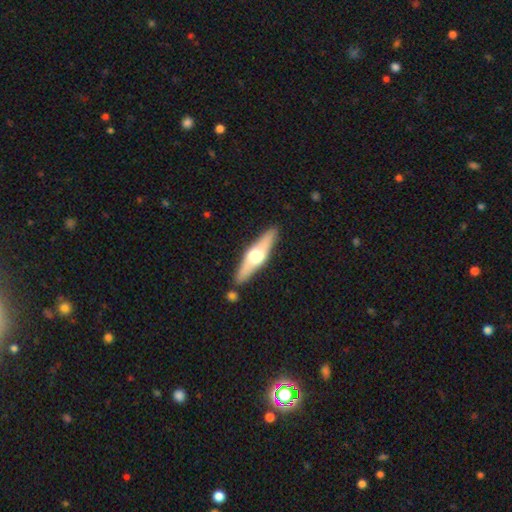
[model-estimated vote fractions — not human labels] Smooth or featured?
  - featured or disk: 61% *
  - smooth: 34%
  - star or artifact: 5%
Edge-on disk?
  - yes: 93% *
  - no: 7%
Edge-on bulge?
  - rounded: 94% *
  - boxy: 4%
  - none: 2%
Merging?
  - none: 85% *
  - minor disturbance: 9%
  - merger: 4%
  - major disturbance: 2%